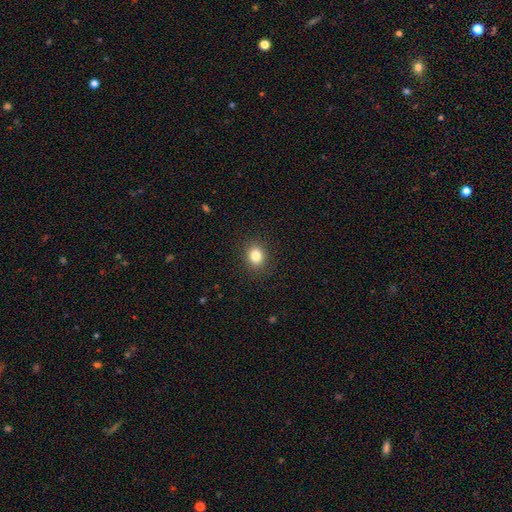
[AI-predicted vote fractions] Smooth or featured? smooth (84%)
How rounded? round (65%)
Merging? none (90%)